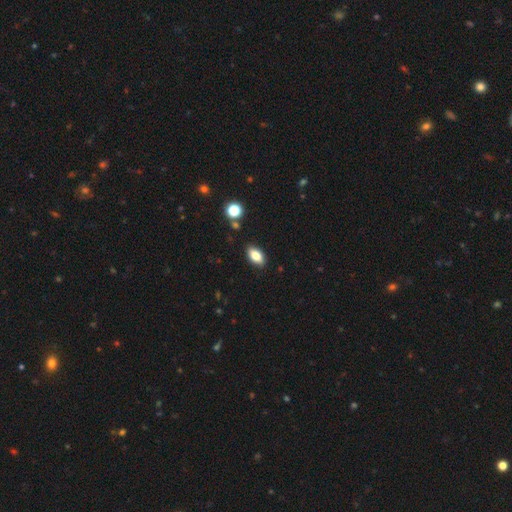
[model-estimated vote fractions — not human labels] Morphology: type=smooth (82%); roundness=in between (91%); merging=none (86%).